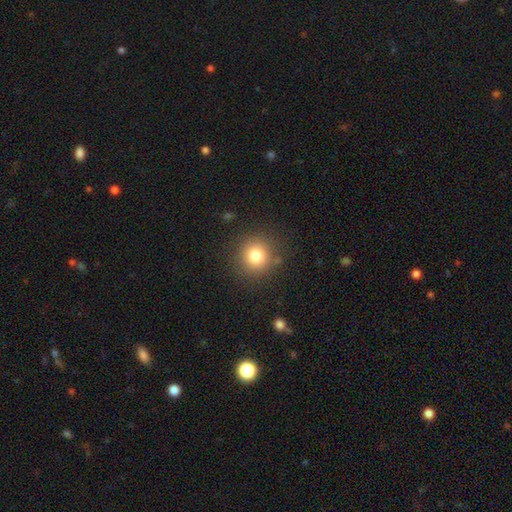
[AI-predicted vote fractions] smooth_or_featured: smooth (p=0.80) [alt: star or artifact p=0.13]
how_rounded: round (p=0.93) [alt: in between p=0.07]
merging: none (p=0.87) [alt: minor disturbance p=0.08]